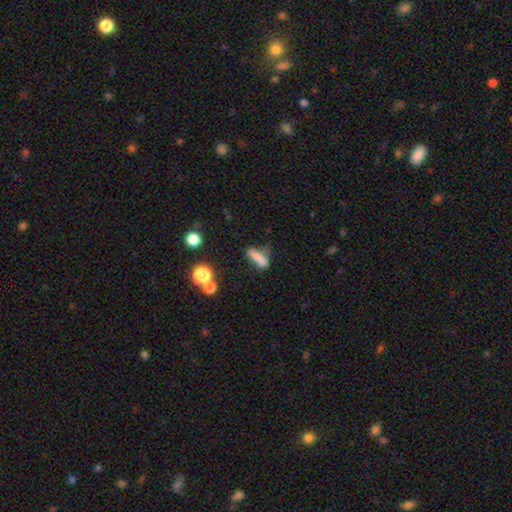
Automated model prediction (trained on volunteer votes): The model was most divided on "merging": none: 51%, minor disturbance: 26%, major disturbance: 14%, merger: 9%. More confident: smooth or featured — smooth (70%); how rounded — cigar-shaped (65%).